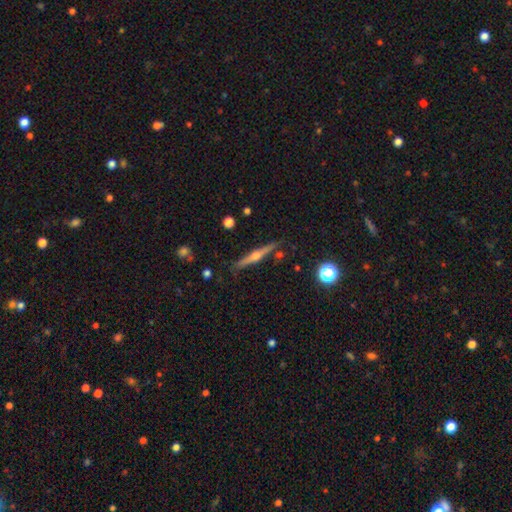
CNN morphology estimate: type=featured or disk (74%); edge-on=yes (98%); edge-on bulge=rounded (93%); merging=none (86%).